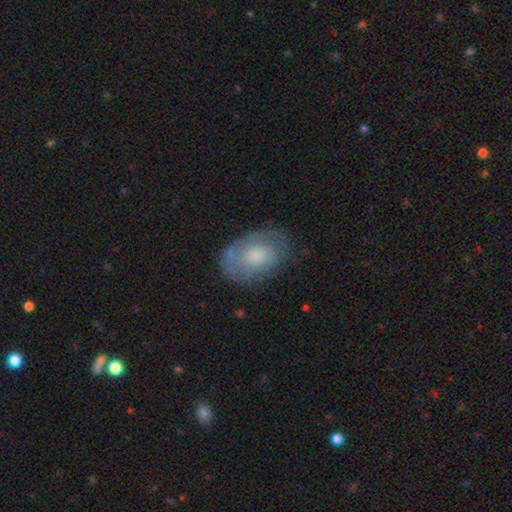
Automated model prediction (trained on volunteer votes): The model was most divided on "smooth or featured": smooth: 57%, featured or disk: 36%, star or artifact: 7%. More confident: how rounded — in between (85%); merging — none (67%).